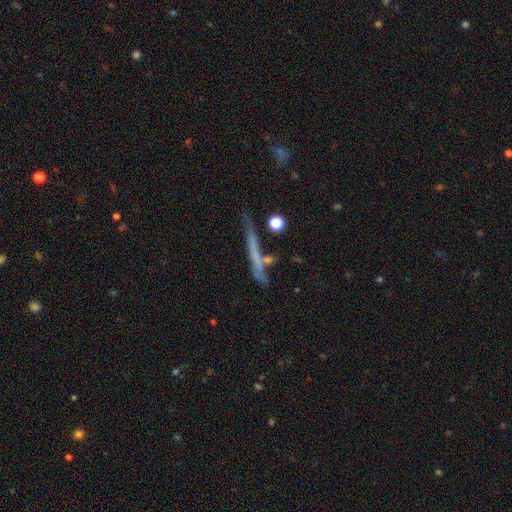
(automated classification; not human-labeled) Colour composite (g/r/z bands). It shows a smooth galaxy with no disk features (47%). Merging: none (60%).